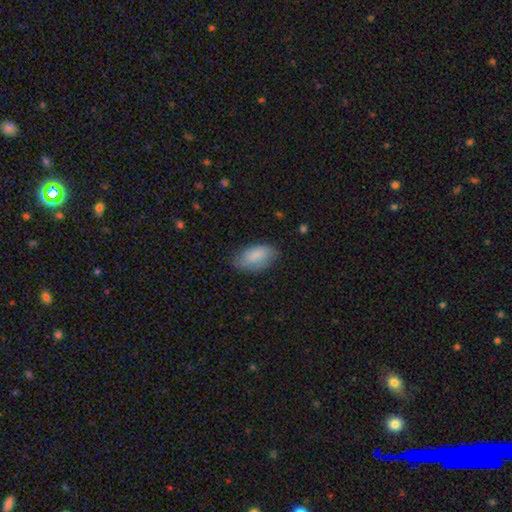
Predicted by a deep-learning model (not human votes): Smooth or featured: smooth — 80% (featured or disk — 14%)
How rounded: in between — 94% (round — 3%)
Merging: none — 69% (minor disturbance — 24%)